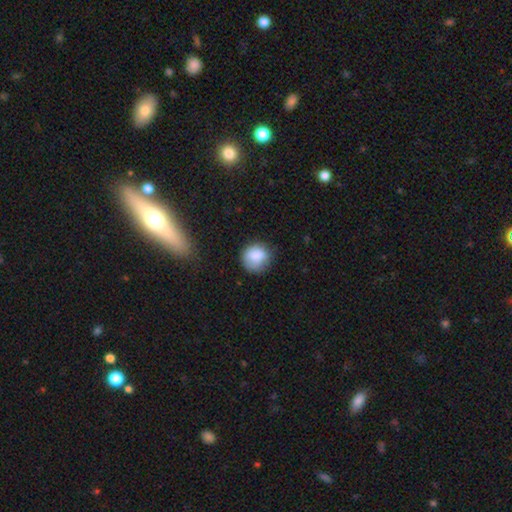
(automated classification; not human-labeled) This appears to be a smooth galaxy with no disk features (84%) that is round (84%). Merging: none (73%).